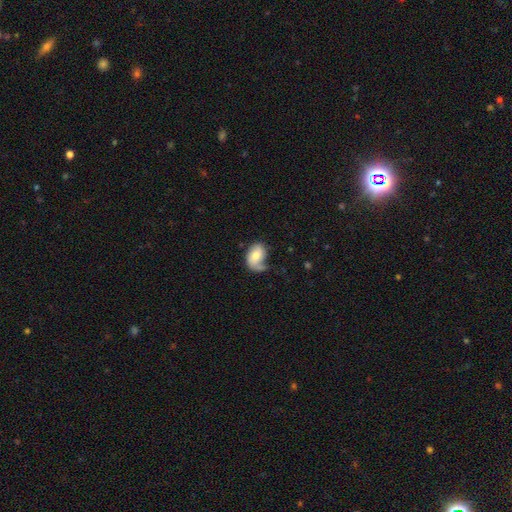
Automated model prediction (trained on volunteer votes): smooth-or-featured: smooth: 60% | featured or disk: 33% | star or artifact: 7%
  how-rounded: in between: 80% | round: 18% | cigar-shaped: 1%
  merging: none: 38% | minor disturbance: 31% | major disturbance: 25% | merger: 6%